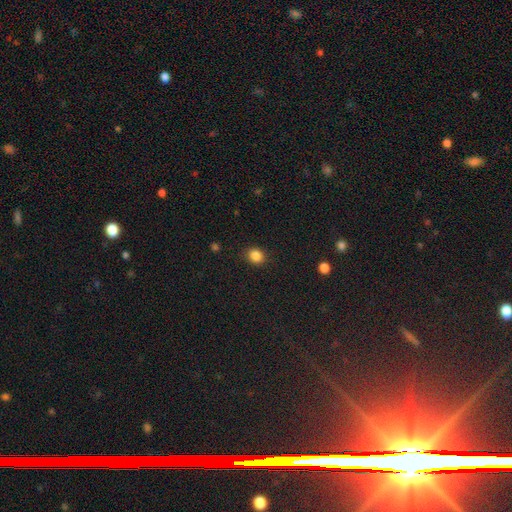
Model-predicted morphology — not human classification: Smooth or featured: smooth — 85% (star or artifact — 11%)
How rounded: round — 66% (in between — 33%)
Merging: none — 88% (minor disturbance — 8%)